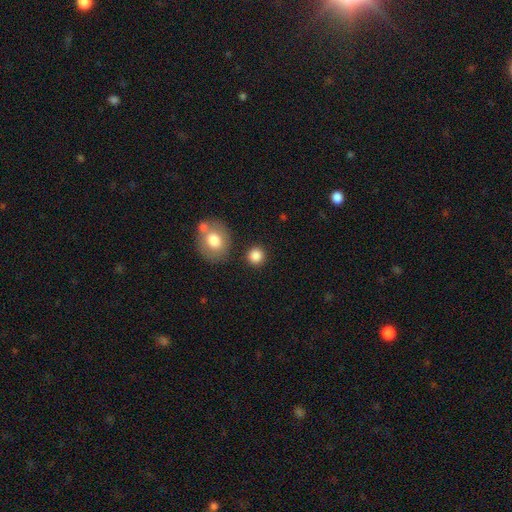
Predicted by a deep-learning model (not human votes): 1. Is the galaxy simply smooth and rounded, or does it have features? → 86% smooth, 9% star or artifact, 5% featured or disk.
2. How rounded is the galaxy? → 90% round, 9% in between, 1% cigar-shaped.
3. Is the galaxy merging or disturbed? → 84% none, 8% minor disturbance, 5% merger, 3% major disturbance.